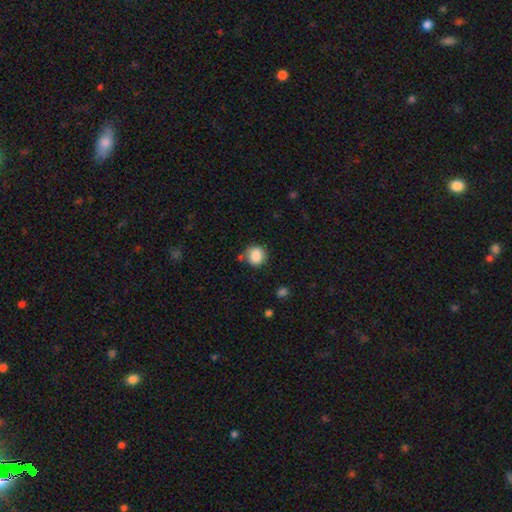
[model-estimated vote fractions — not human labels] A smooth galaxy with no disk features (86%) that is round (88%). Merging: none (79%).